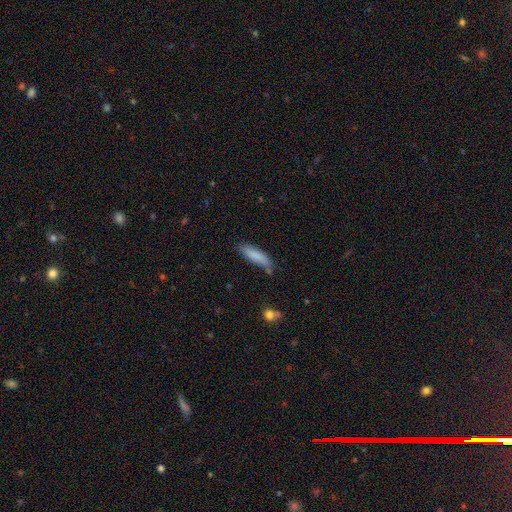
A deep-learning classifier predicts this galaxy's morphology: Overall: smooth (83%). How rounded: cigar-shaped (62%; in between 37%). Merging: none (67%).